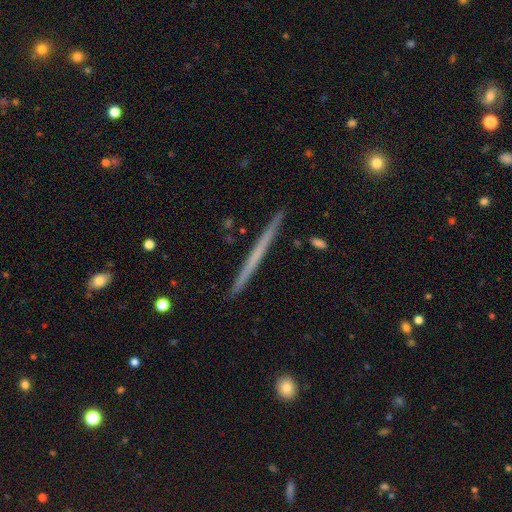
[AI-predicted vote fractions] This is possibly a featured or disk galaxy (53%). It is clearly viewed edge-on (98%). Edge-on bulge: clearly none (93%). Merging: clearly none (92%).